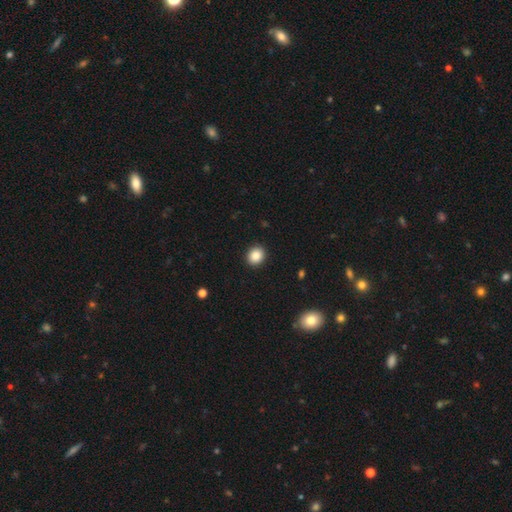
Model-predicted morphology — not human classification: smooth 87%, star or artifact 9%, featured or disk 4%. Down the decision tree: how rounded — round (77%); merging — none (92%).